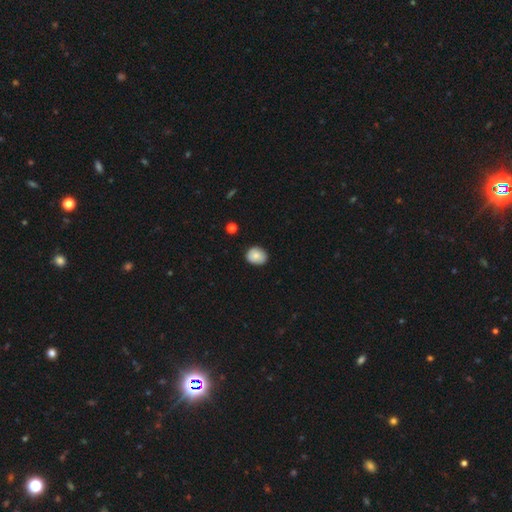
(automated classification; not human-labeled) Smooth or featured? Predicted: smooth (p=0.84). How rounded? Predicted: round (p=0.56). Merging? Predicted: none (p=0.85).